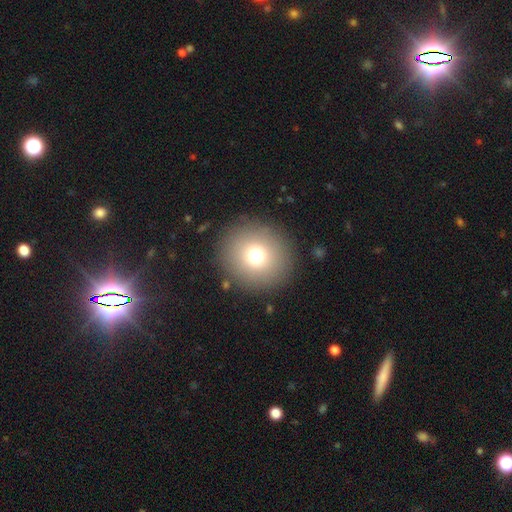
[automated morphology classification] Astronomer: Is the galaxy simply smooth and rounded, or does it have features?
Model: smooth — 73%.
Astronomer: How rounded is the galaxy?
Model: round — 92%.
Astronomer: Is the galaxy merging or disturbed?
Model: none — 89%.